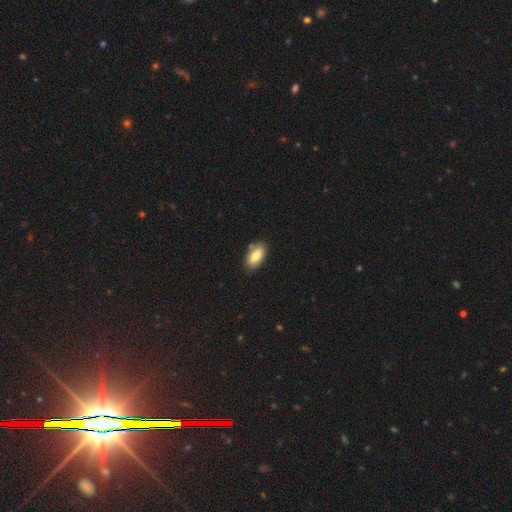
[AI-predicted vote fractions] Smooth or featured: smooth — 80% (featured or disk — 13%)
How rounded: in between — 90% (cigar-shaped — 7%)
Merging: none — 78% (minor disturbance — 14%)